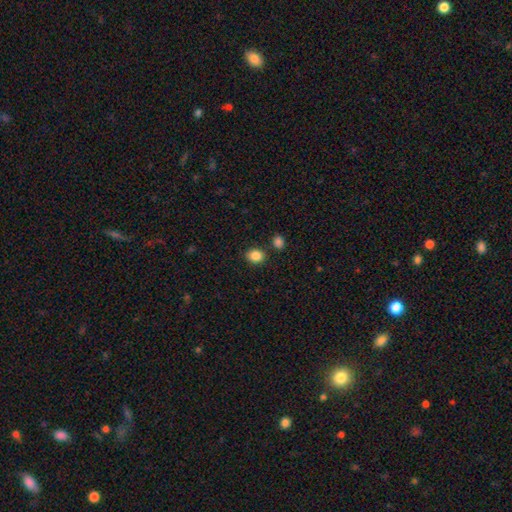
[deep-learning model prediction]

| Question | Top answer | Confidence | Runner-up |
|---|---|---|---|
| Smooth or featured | smooth | 87% | star or artifact (10%) |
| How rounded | round | 55% | in between (44%) |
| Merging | none | 82% | minor disturbance (9%) |